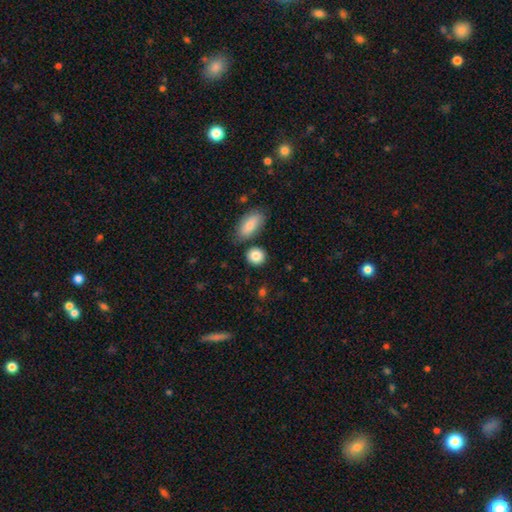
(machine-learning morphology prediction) Smooth or featured? Predicted: smooth (p=0.86). How rounded? Predicted: round (p=0.76). Merging? Predicted: none (p=0.77).